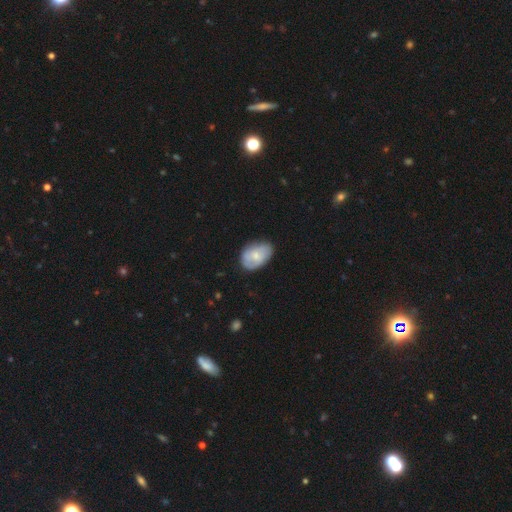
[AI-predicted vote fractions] The model was most divided on "smooth or featured": smooth: 63%, featured or disk: 31%, star or artifact: 6%. More confident: how rounded — in between (85%); merging — none (69%).